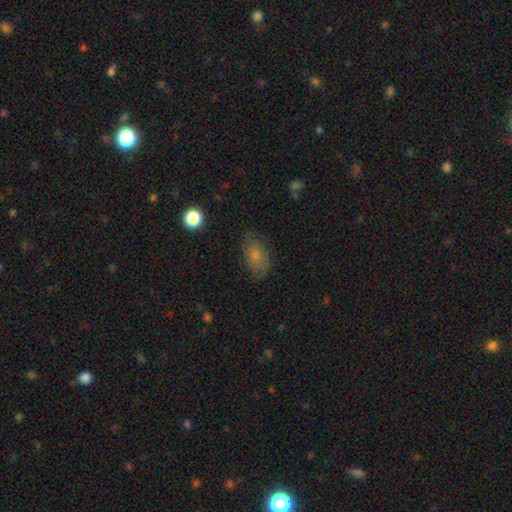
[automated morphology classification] Smooth or featured? Predicted: smooth (p=0.68). How rounded? Predicted: in between (p=0.89). Merging? Predicted: none (p=0.72).